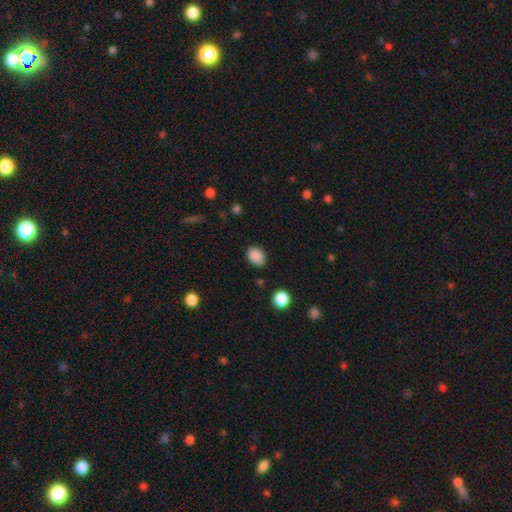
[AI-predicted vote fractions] Overall: smooth (87%). How rounded: in between (77%). Merging: none (80%).